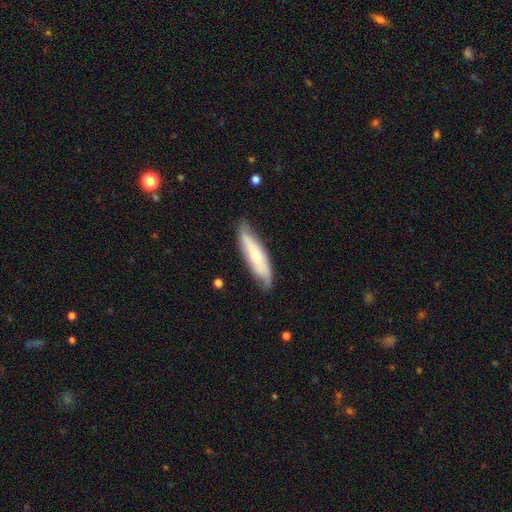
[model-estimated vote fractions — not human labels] Morphology: type=featured or disk (47%, tied with smooth); merging=none (72%).